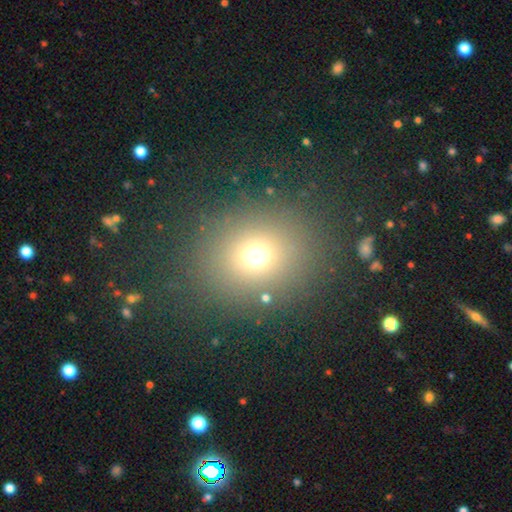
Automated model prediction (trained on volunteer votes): This appears to be a smooth galaxy with no disk features (69%) that is round (77%). Merging: none (83%).